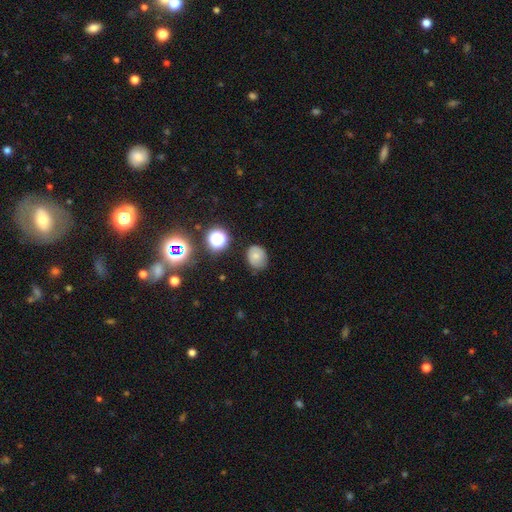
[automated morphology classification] Overall: smooth (69%). How rounded: round (55%; in between 44%). Merging: none (73%).